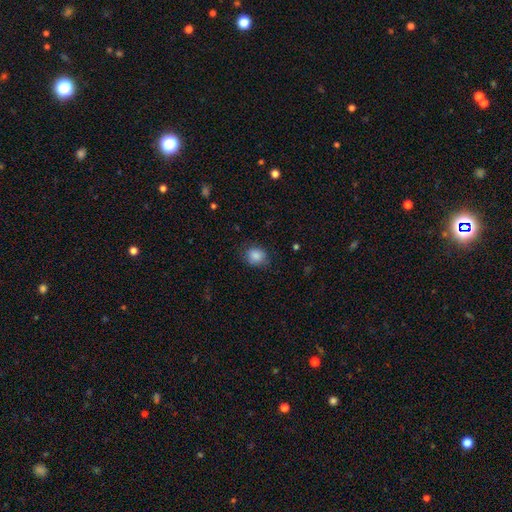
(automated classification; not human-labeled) Q: Smooth or featured?
A: smooth (87%); runner-up: star or artifact (9%)
Q: How rounded?
A: round (73%); runner-up: in between (26%)
Q: Merging?
A: none (79%); runner-up: minor disturbance (16%)